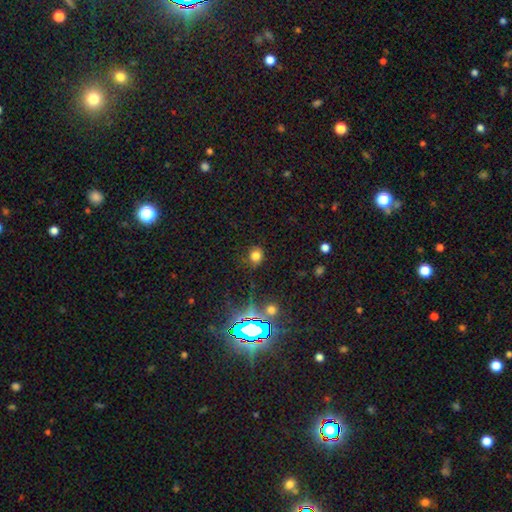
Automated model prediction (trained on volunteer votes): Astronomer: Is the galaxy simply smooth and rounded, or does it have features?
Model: smooth — 73%.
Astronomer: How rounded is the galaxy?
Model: round — 78%.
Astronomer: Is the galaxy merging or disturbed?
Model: none — 81%.